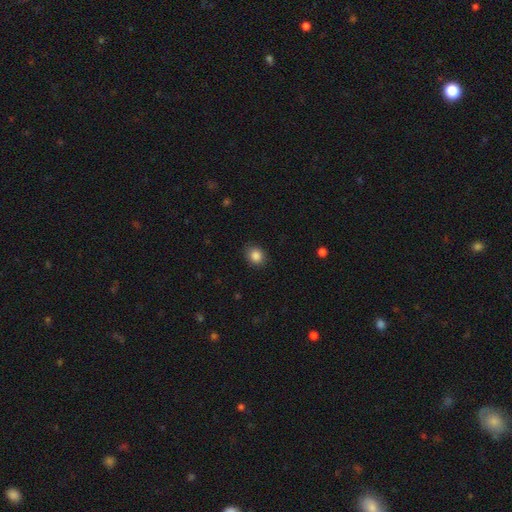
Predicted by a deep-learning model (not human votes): A smooth galaxy with no disk features (86%) that is round (68%). Merging: none (84%).